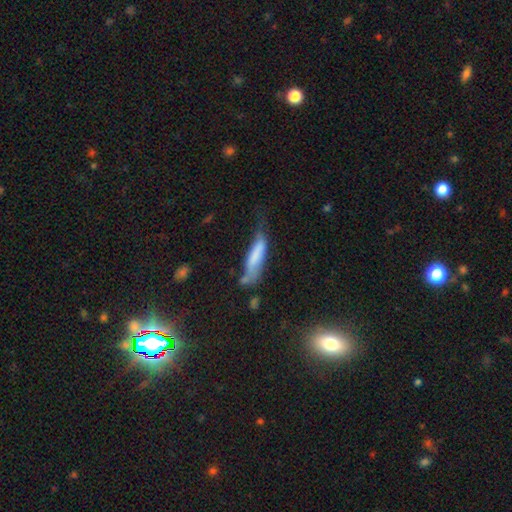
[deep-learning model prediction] This is likely a smooth galaxy (68%). How rounded: likely cigar-shaped (70%). Merging: marginally minor disturbance (34%).